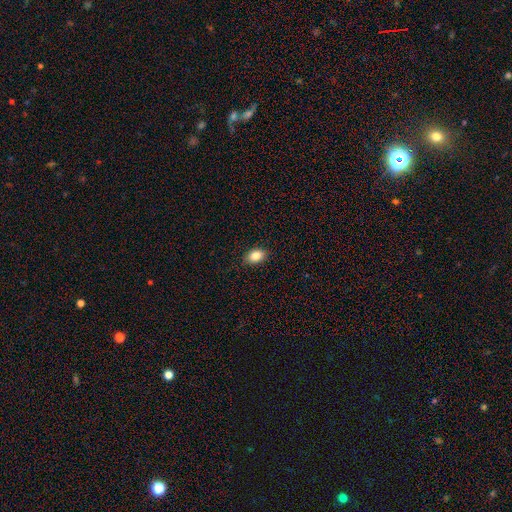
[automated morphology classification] Smooth or featured?
  - smooth: 86% *
  - star or artifact: 9%
  - featured or disk: 6%
How rounded?
  - in between: 83% *
  - round: 15%
  - cigar-shaped: 1%
Merging?
  - none: 88% *
  - minor disturbance: 9%
  - major disturbance: 2%
  - merger: 1%